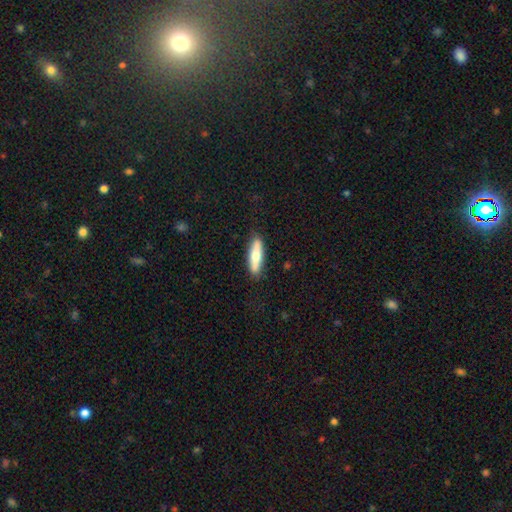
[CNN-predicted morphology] Smooth or featured?
  - smooth: 64% *
  - featured or disk: 31%
  - star or artifact: 5%
How rounded?
  - cigar-shaped: 71% *
  - in between: 27%
  - round: 2%
Merging?
  - none: 87% *
  - minor disturbance: 10%
  - major disturbance: 2%
  - merger: 1%